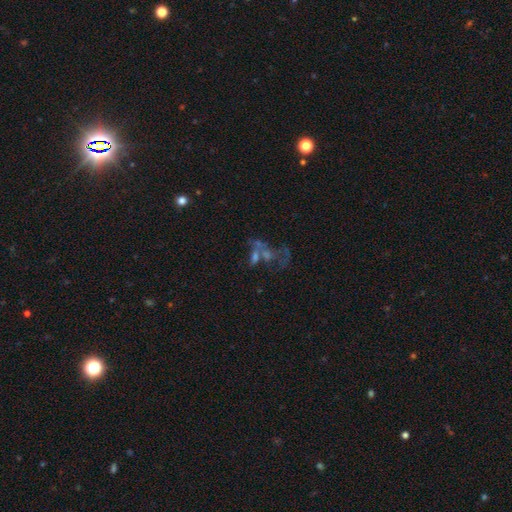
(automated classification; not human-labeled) The model was most divided on "merging": merger: 40%, major disturbance: 25%, none: 25%, minor disturbance: 10%. Remaining: smooth or featured — featured or disk (45%).